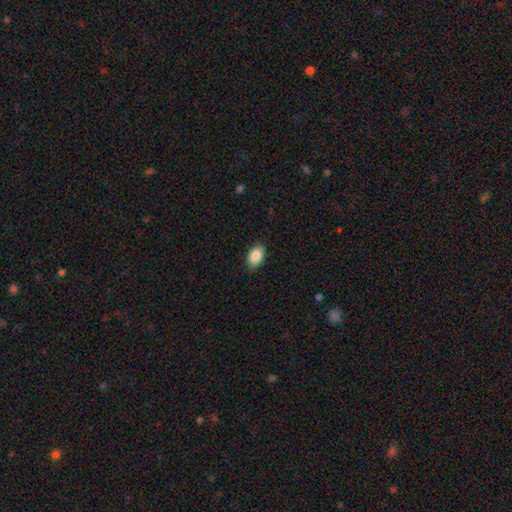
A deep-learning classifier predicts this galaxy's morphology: This is clearly a smooth galaxy (88%). How rounded: clearly in between (90%). Merging: clearly none (87%).